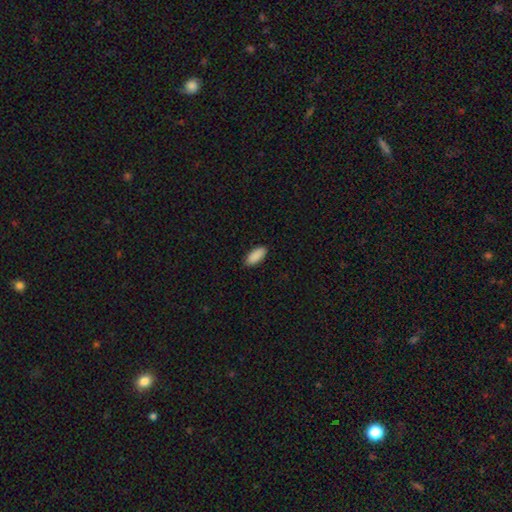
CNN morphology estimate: Smooth or featured? Predicted: smooth (p=0.91). How rounded? Predicted: in between (p=0.87). Merging? Predicted: none (p=0.87).